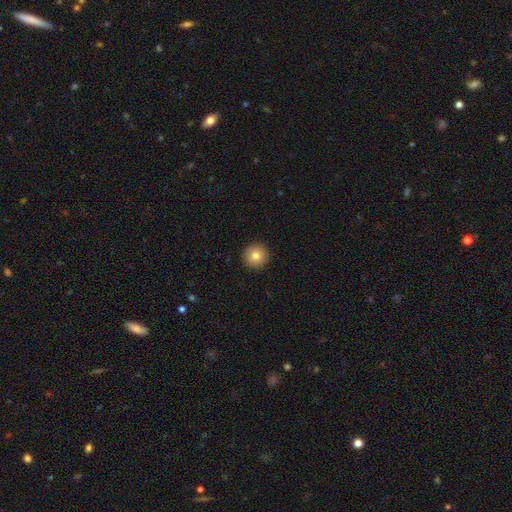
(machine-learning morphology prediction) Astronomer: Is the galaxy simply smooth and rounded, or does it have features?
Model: smooth — 80%.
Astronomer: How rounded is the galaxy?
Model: round — 96%.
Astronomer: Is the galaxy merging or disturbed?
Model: none — 93%.